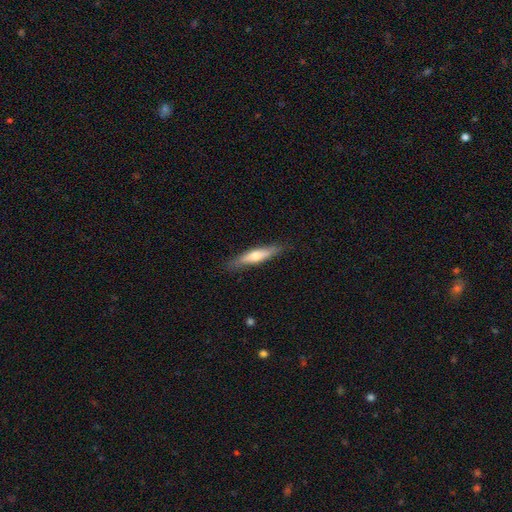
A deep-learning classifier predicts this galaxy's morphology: This is possibly a smooth galaxy (51%). How rounded: clearly cigar-shaped (83%). Merging: clearly none (84%).